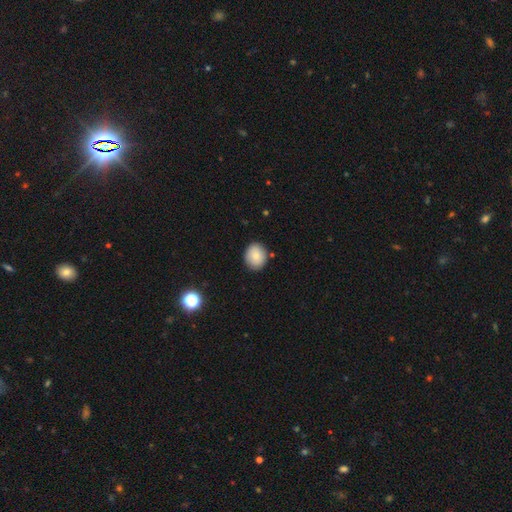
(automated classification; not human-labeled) Q: Smooth or featured?
A: smooth (82%); runner-up: featured or disk (10%)
Q: How rounded?
A: round (63%); runner-up: in between (36%)
Q: Merging?
A: none (85%); runner-up: minor disturbance (11%)